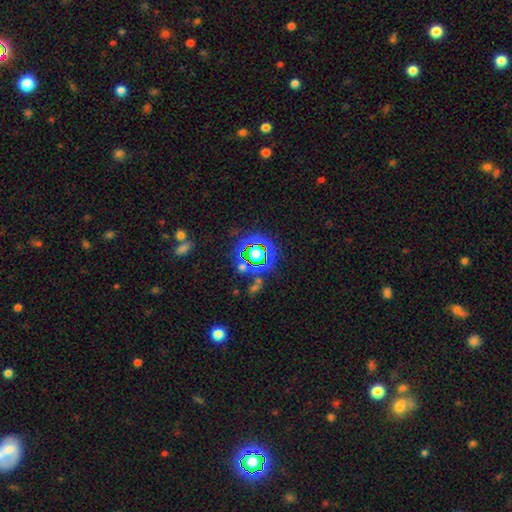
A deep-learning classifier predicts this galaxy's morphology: The model was most divided on "smooth or featured": star or artifact: 74%, smooth: 17%, featured or disk: 9%.